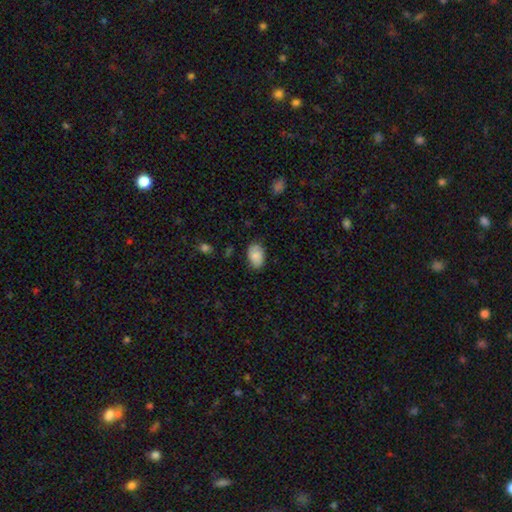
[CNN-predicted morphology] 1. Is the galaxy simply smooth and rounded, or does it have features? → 86% smooth, 8% featured or disk, 7% star or artifact.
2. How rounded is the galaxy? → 90% in between, 9% round, 1% cigar-shaped.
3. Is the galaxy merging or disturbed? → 81% none, 15% minor disturbance, 3% major disturbance, 1% merger.